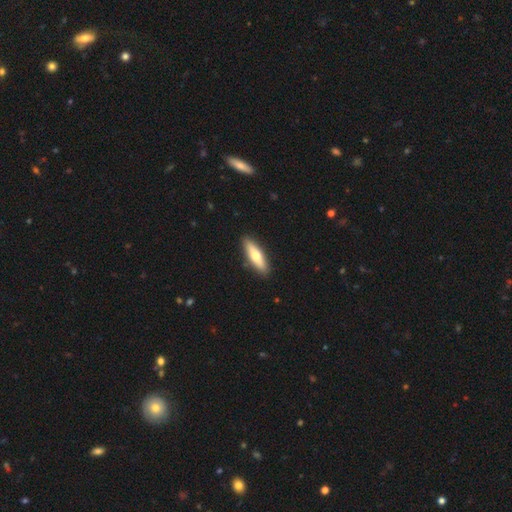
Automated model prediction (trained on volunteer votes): This appears to be a smooth galaxy with no disk features (58%) that is cigar-shaped (64%). Merging: none (90%).